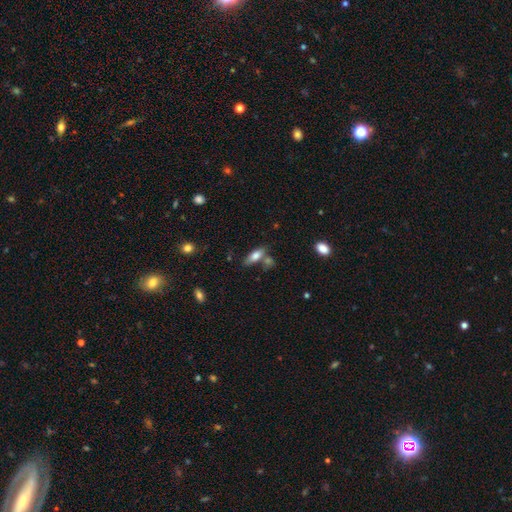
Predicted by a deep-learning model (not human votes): The model was most divided on "merging": none: 58%, merger: 22%, minor disturbance: 15%, major disturbance: 5%. More confident: smooth or featured — smooth (72%); how rounded — in between (71%).